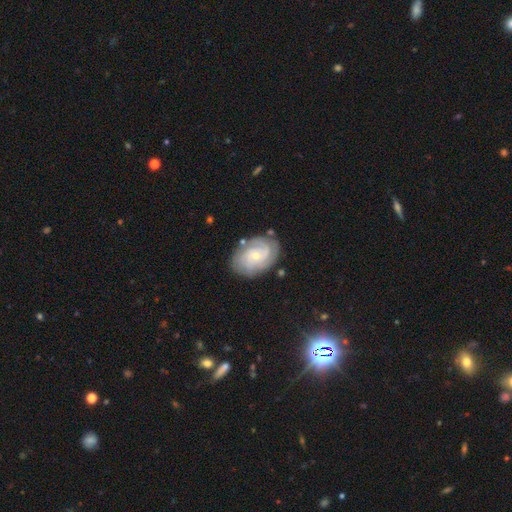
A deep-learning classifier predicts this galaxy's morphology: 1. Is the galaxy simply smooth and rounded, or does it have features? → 82% featured or disk, 12% smooth, 6% star or artifact.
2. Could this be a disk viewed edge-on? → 97% no, 3% yes.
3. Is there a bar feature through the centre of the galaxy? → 68% no, 27% weak, 5% strong.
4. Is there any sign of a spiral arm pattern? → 96% yes, 4% no.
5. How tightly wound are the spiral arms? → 66% tight, 27% medium, 6% loose.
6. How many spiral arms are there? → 28% 3, 26% 2, 26% can't tell, 11% 4, 5% 1, 5% more than 4.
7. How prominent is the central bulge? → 66% small, 31% moderate, 1% large, 1% none, 1% dominant.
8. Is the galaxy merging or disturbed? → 77% none, 16% minor disturbance, 5% major disturbance, 3% merger.